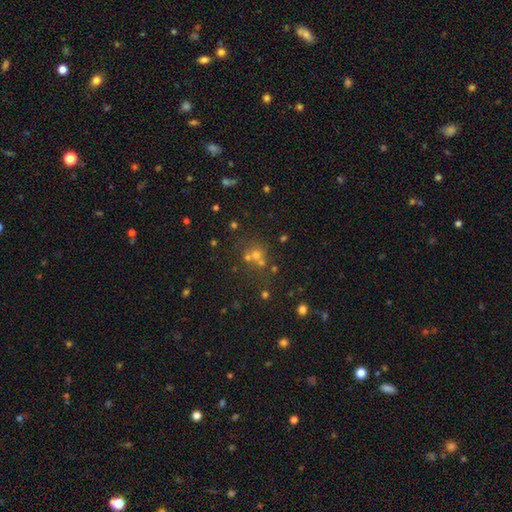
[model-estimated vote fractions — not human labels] The model was most divided on "smooth or featured": smooth: 47%, star or artifact: 38%, featured or disk: 15%. More confident: merging — none (53%).